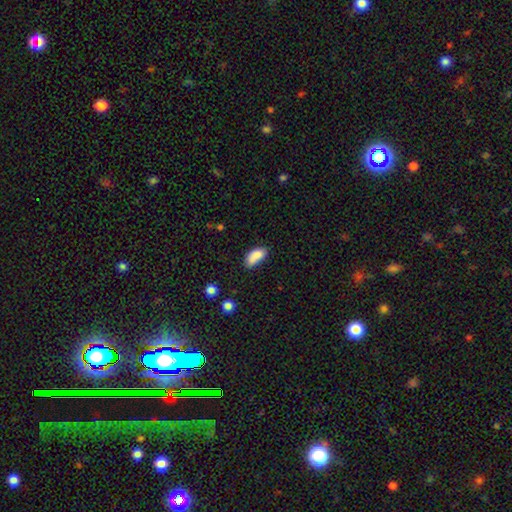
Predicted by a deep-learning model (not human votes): The model was most divided on "merging": none: 52%, minor disturbance: 32%, major disturbance: 9%, merger: 7%. More confident: how rounded — in between (89%); smooth or featured — smooth (84%).